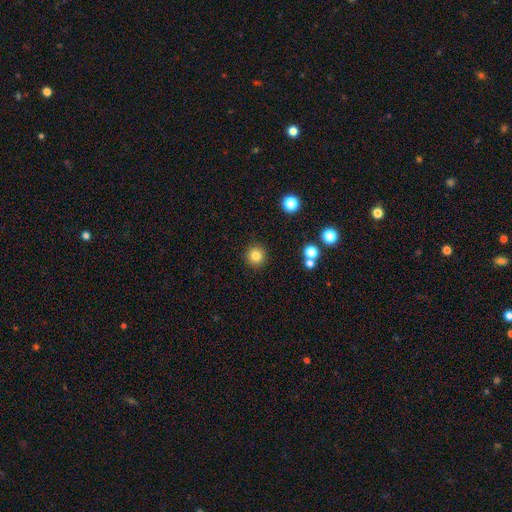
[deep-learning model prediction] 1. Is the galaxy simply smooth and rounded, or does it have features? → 83% smooth, 11% star or artifact, 6% featured or disk.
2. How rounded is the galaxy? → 94% round, 5% in between, 1% cigar-shaped.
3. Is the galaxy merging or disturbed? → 90% none, 5% minor disturbance, 2% merger, 2% major disturbance.